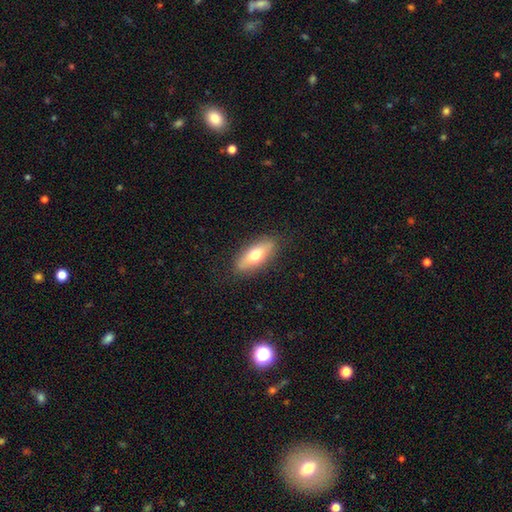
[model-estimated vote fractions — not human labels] Q: Smooth or featured?
A: smooth (66%); runner-up: featured or disk (28%)
Q: How rounded?
A: in between (71%); runner-up: cigar-shaped (26%)
Q: Merging?
A: none (86%); runner-up: minor disturbance (10%)